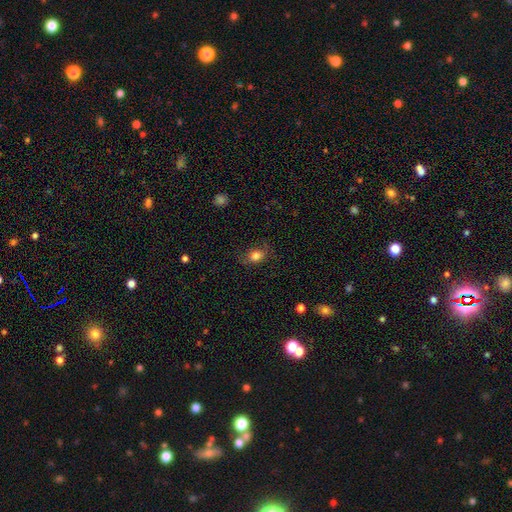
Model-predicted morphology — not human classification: Q: Smooth or featured?
A: smooth (80%); runner-up: star or artifact (11%)
Q: How rounded?
A: in between (60%); runner-up: round (38%)
Q: Merging?
A: none (71%); runner-up: minor disturbance (20%)